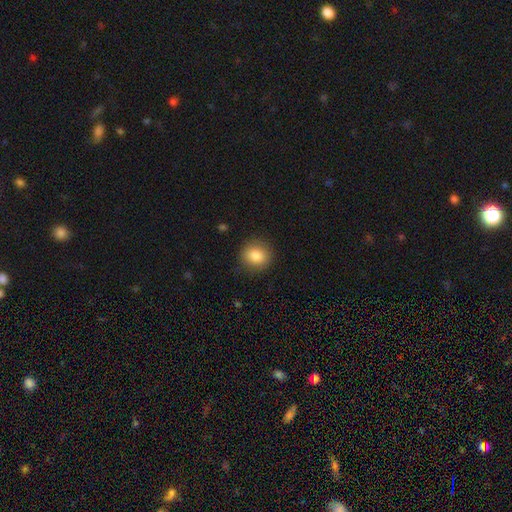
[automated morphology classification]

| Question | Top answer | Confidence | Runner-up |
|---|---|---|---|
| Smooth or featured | smooth | 84% | star or artifact (9%) |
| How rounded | round | 83% | in between (16%) |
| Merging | none | 88% | minor disturbance (9%) |